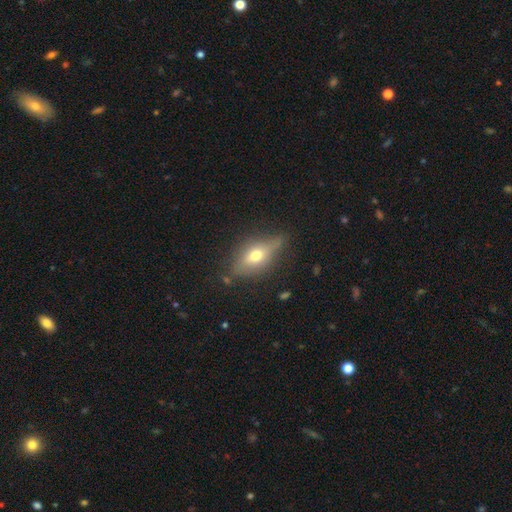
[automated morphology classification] Smooth or featured? smooth (45%, tied with featured or disk)
Merging? none (71%)